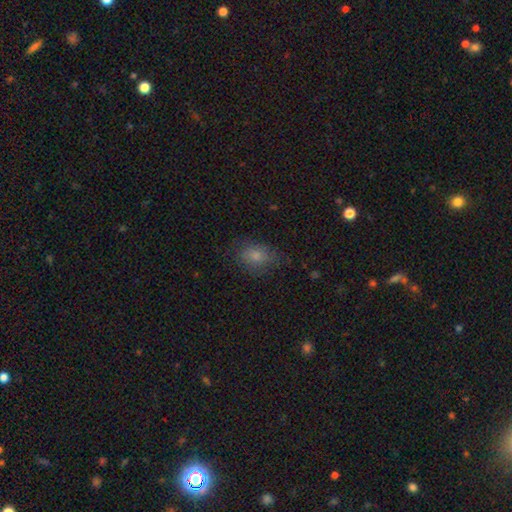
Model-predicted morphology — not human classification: A smooth galaxy with no disk features (79%) that is in between round and cigar-shaped (77%). Merging: none (72%).